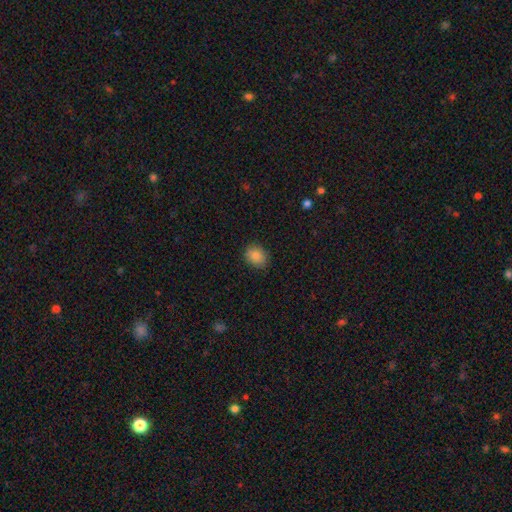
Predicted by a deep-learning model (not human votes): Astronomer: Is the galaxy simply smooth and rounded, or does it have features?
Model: smooth — 85%.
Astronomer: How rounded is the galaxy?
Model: round — 51% (runner-up: in between, 48%).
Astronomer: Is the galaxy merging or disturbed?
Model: none — 86%.